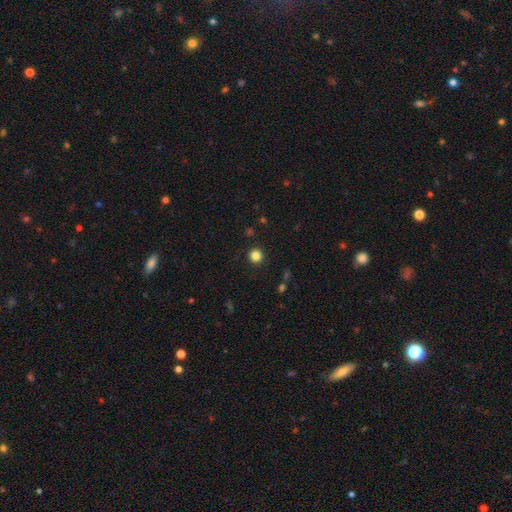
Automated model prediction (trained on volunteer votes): A smooth galaxy with no disk features (84%) that is round (93%). Merging: none (92%).